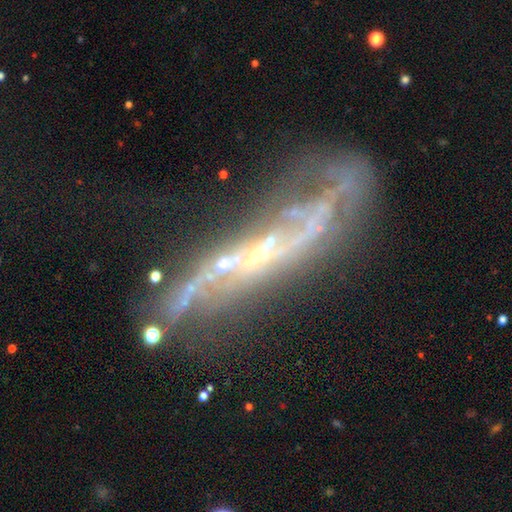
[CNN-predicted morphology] A featured or disk galaxy (79%). Merging: none (44%).